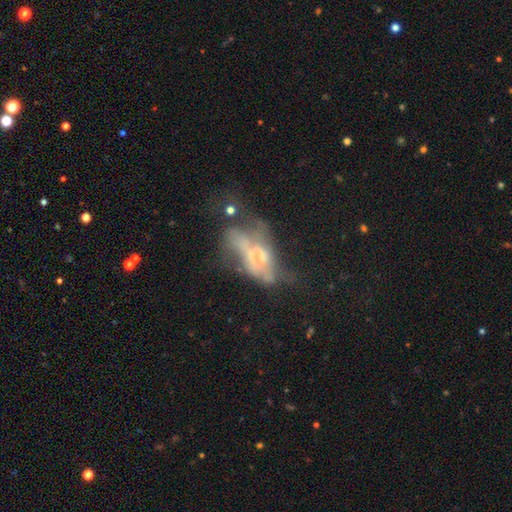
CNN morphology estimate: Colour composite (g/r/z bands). It shows a featured or disk galaxy (57%) with no bar (85%), no spiral arms (88%) and no central bulge (41%). Merging: major disturbance (38%).